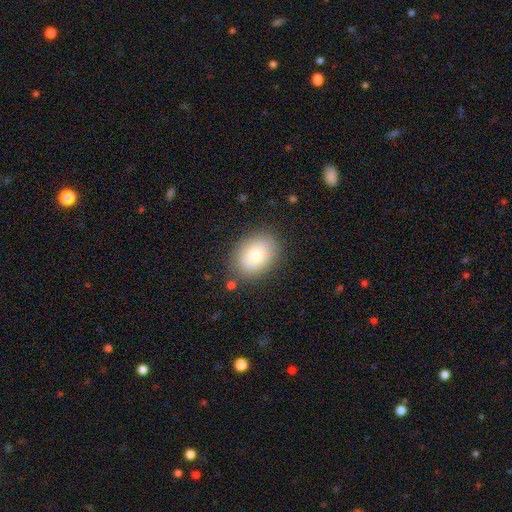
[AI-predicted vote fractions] smooth_or_featured: smooth (p=0.76) [alt: featured or disk p=0.16]
how_rounded: in between (p=0.65) [alt: round p=0.35]
merging: none (p=0.81) [alt: minor disturbance p=0.13]